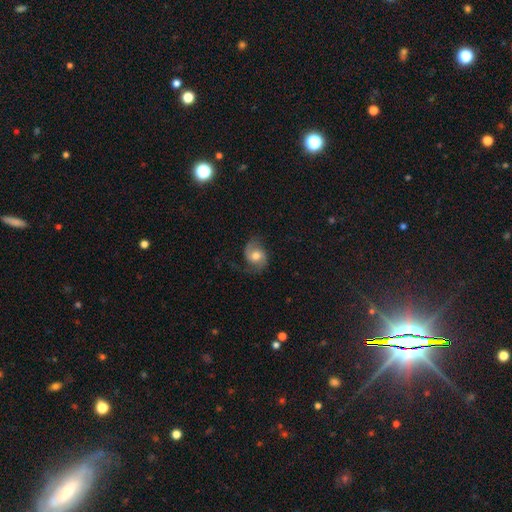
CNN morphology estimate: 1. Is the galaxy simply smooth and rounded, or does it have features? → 62% featured or disk, 30% smooth, 8% star or artifact.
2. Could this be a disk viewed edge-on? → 97% no, 3% yes.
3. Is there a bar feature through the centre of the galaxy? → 64% no, 30% weak, 7% strong.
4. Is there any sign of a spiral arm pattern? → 91% yes, 9% no.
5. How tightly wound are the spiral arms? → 46% loose, 40% medium, 14% tight.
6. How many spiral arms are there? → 85% 2, 7% 1, 5% can't tell, 1% 3, 1% 4, 1% more than 4.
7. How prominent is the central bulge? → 69% moderate, 15% small, 13% large, 2% none, 2% dominant.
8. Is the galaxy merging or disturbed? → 66% none, 21% minor disturbance, 12% major disturbance, 1% merger.